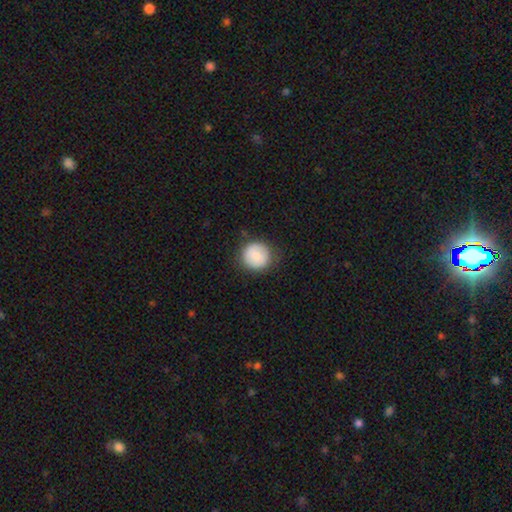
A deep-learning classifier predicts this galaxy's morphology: A smooth galaxy with no disk features (80%) that is round (93%). Merging: none (83%).